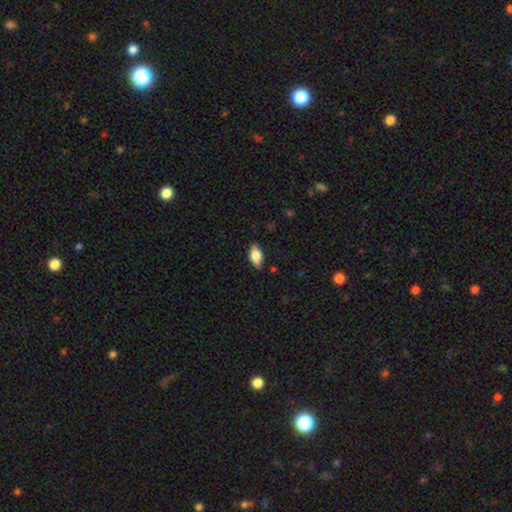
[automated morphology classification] Smooth or featured: smooth — 78% (featured or disk — 15%)
How rounded: in between — 89% (cigar-shaped — 7%)
Merging: none — 82% (minor disturbance — 14%)